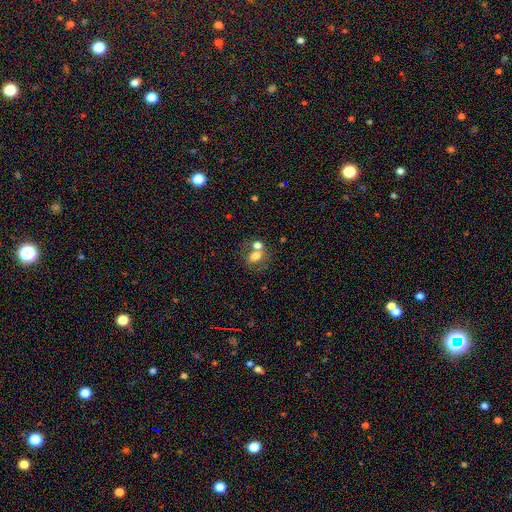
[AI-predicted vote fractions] smooth 63%, featured or disk 25%, star or artifact 12%. Down the decision tree: how rounded — round (51%); merging — merger (46%).